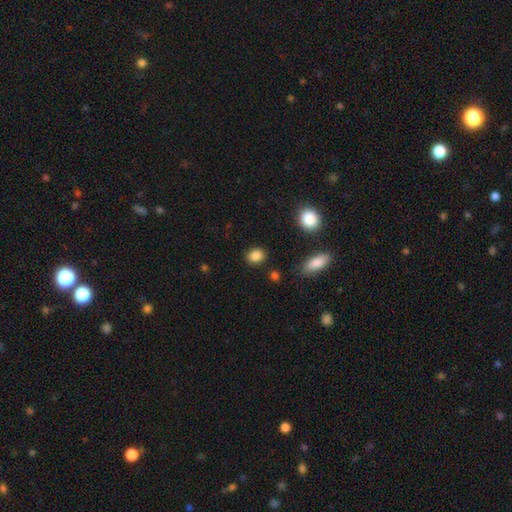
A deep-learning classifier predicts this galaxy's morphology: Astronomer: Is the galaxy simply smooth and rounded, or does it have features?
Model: smooth — 86%.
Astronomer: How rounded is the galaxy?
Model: round — 54% (runner-up: in between, 44%).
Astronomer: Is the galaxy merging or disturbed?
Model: none — 85%.